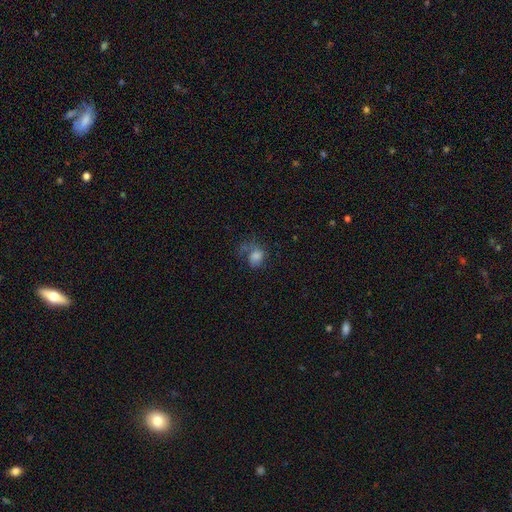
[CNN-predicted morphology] This is possibly a smooth galaxy (59%). How rounded: possibly round (53%). Merging: marginally none (37%, tied with major disturbance).